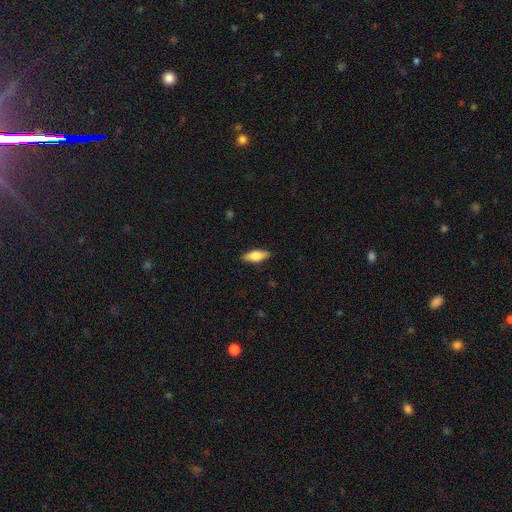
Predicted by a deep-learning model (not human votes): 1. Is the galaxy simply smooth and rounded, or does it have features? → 69% smooth, 25% featured or disk, 6% star or artifact.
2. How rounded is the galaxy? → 71% in between, 26% cigar-shaped, 3% round.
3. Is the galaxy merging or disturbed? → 87% none, 10% minor disturbance, 2% major disturbance, 1% merger.